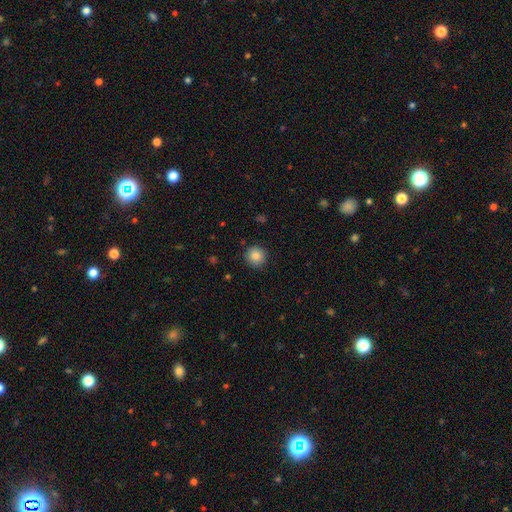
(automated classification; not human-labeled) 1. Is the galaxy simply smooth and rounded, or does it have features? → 85% smooth, 9% star or artifact, 6% featured or disk.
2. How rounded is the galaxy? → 94% round, 5% in between, 1% cigar-shaped.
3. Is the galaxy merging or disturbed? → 90% none, 7% minor disturbance, 2% major disturbance, 1% merger.